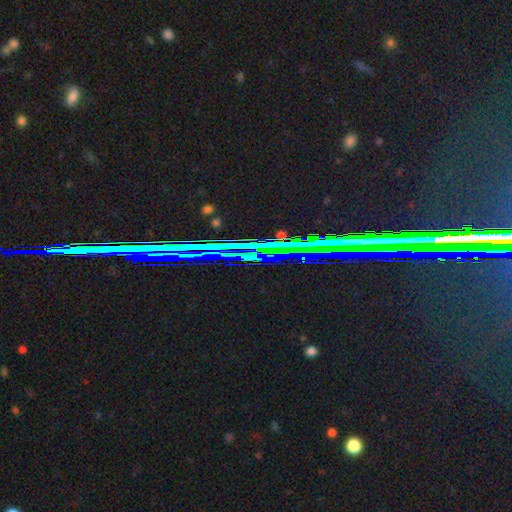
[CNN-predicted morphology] smooth_or_featured: star or artifact (p=0.82) [alt: featured or disk p=0.10]